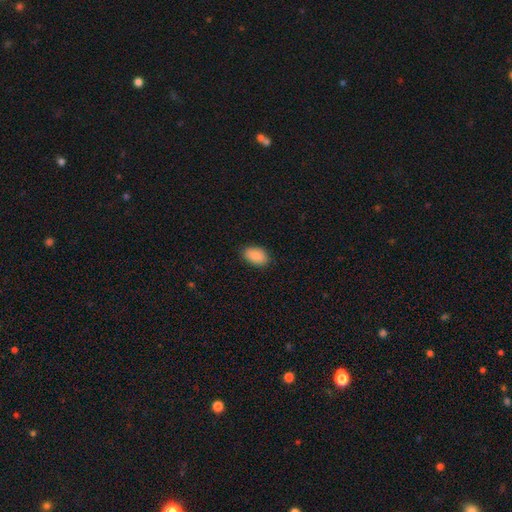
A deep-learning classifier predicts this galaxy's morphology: Overall: smooth (90%). How rounded: in between (91%). Merging: none (87%).